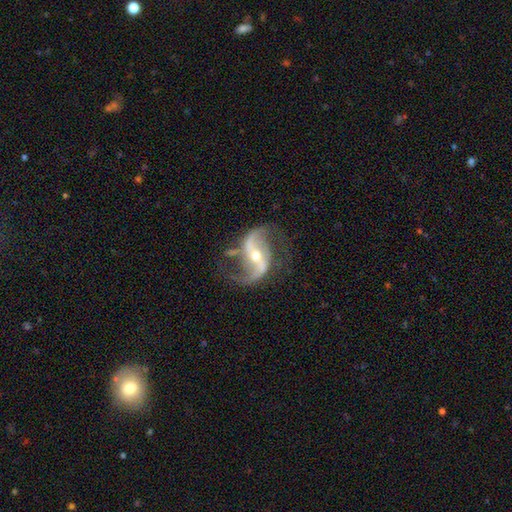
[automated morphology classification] Q: Smooth or featured?
A: featured or disk (92%); runner-up: star or artifact (5%)
Q: Edge-on disk?
A: no (97%); runner-up: yes (3%)
Q: Bar?
A: strong (51%); runner-up: weak (30%)
Q: Spiral arms?
A: yes (97%); runner-up: no (3%)
Q: Spiral winding?
A: loose (71%); runner-up: medium (24%)
Q: Spiral arm count?
A: 2 (94%); runner-up: 1 (2%)
Q: Bulge size?
A: small (48%); tied with: moderate (48%)
Q: Merging?
A: none (73%); runner-up: minor disturbance (15%)